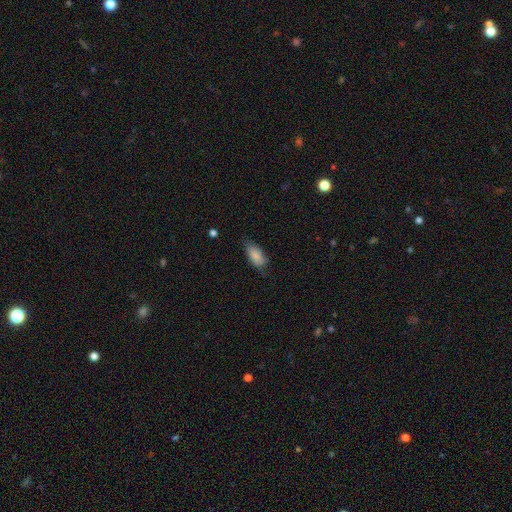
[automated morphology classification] This is clearly a smooth galaxy (84%). How rounded: clearly in between (90%). Merging: likely none (61%).